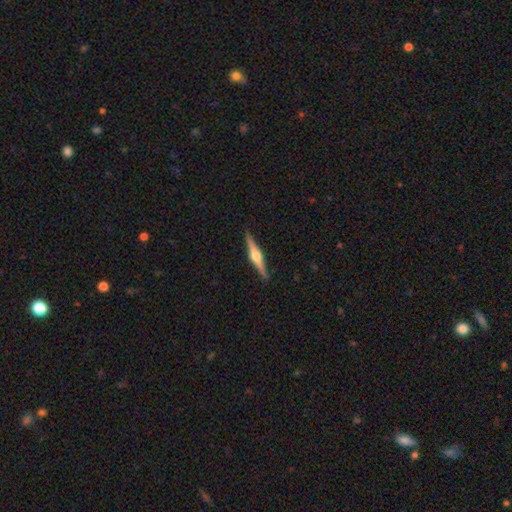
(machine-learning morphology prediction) Smooth or featured? Predicted: featured or disk (p=0.78). Edge-on disk? Predicted: yes (p=0.98). Edge-on bulge? Predicted: rounded (p=0.94). Merging? Predicted: none (p=0.90).